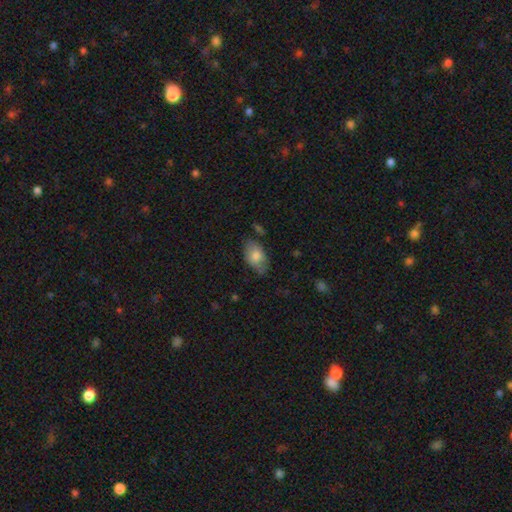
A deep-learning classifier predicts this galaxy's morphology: The model was most divided on "merging": none: 68%, minor disturbance: 25%, major disturbance: 5%, merger: 2%. More confident: how rounded — in between (92%); smooth or featured — smooth (75%).